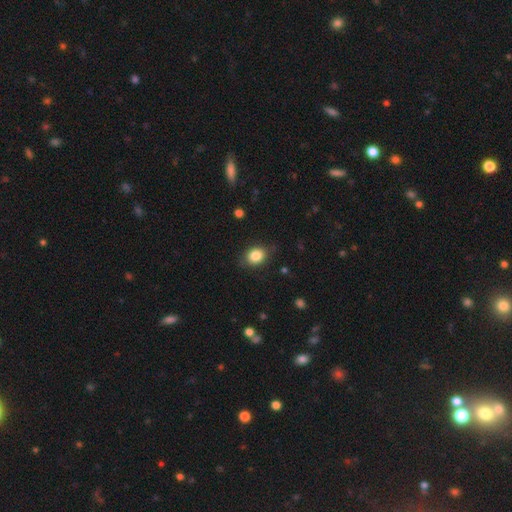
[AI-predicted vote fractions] smooth-or-featured: smooth: 85% | star or artifact: 9% | featured or disk: 7%
  how-rounded: in between: 57% | round: 42% | cigar-shaped: 1%
  merging: none: 81% | minor disturbance: 15% | major disturbance: 3% | merger: 1%